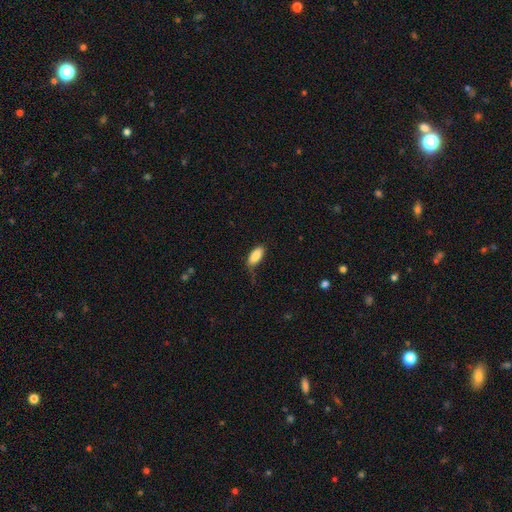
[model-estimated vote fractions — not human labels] Smooth or featured: smooth — 87% (star or artifact — 7%)
How rounded: in between — 87% (cigar-shaped — 11%)
Merging: none — 58% (minor disturbance — 30%)